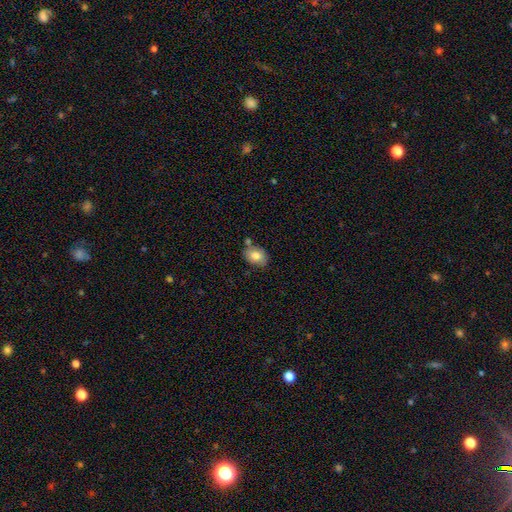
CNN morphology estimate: Q: Smooth or featured?
A: smooth (79%); runner-up: featured or disk (13%)
Q: How rounded?
A: in between (65%); runner-up: round (33%)
Q: Merging?
A: none (67%); runner-up: minor disturbance (18%)